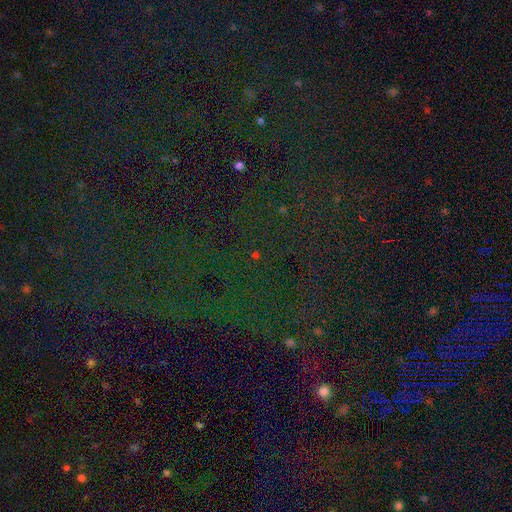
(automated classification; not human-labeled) Morphology: type=star or artifact (74%).